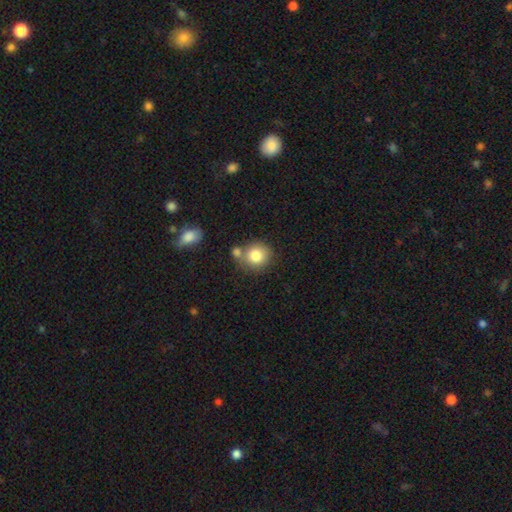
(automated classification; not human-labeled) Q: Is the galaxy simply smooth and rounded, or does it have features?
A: smooth — 81%.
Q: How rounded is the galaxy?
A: round — 85%.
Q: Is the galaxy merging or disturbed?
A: none — 59%.